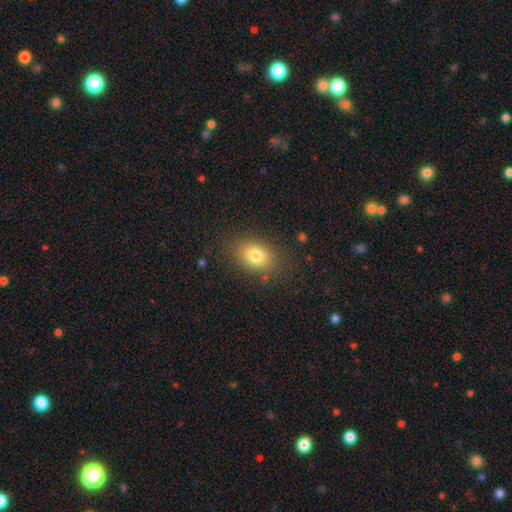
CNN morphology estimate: Q: Smooth or featured?
A: smooth (79%); runner-up: star or artifact (11%)
Q: How rounded?
A: in between (75%); runner-up: round (24%)
Q: Merging?
A: none (82%); runner-up: minor disturbance (12%)